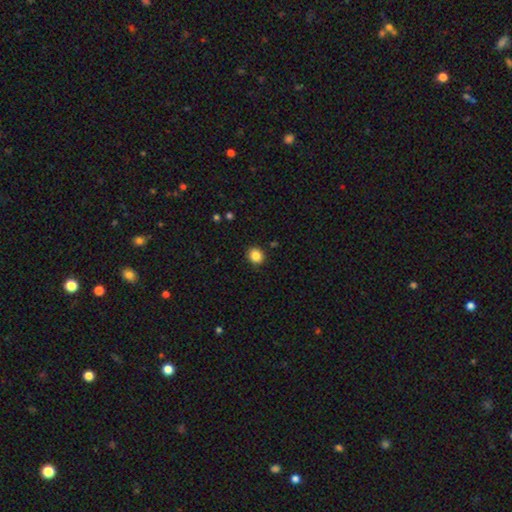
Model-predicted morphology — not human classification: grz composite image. It shows a smooth galaxy with no disk features (85%) that is round (82%). Merging: none (90%).